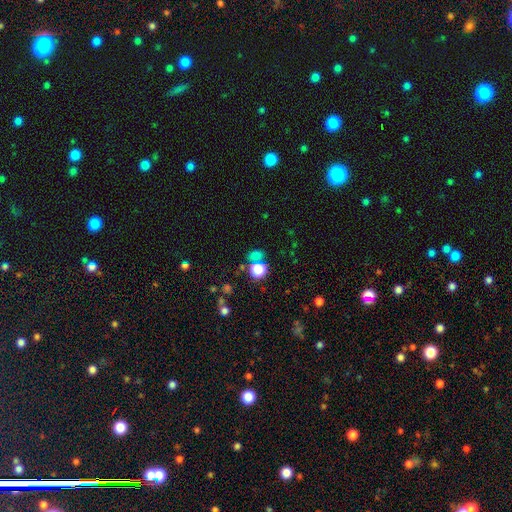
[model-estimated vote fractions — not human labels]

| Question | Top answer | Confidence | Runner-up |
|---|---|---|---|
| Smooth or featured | smooth | 65% | star or artifact (28%) |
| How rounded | round | 57% | in between (41%) |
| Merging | none | 70% | merger (15%) |